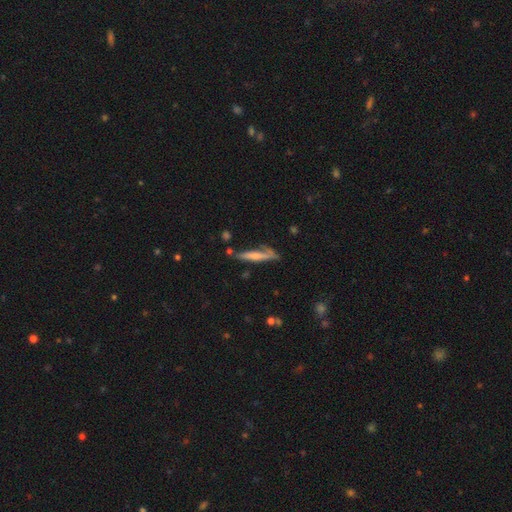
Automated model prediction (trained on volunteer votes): smooth_or_featured: smooth (p=0.52) [alt: featured or disk p=0.42]
how_rounded: cigar-shaped (p=0.88) [alt: in between p=0.11]
merging: none (p=0.57) [alt: minor disturbance p=0.25]